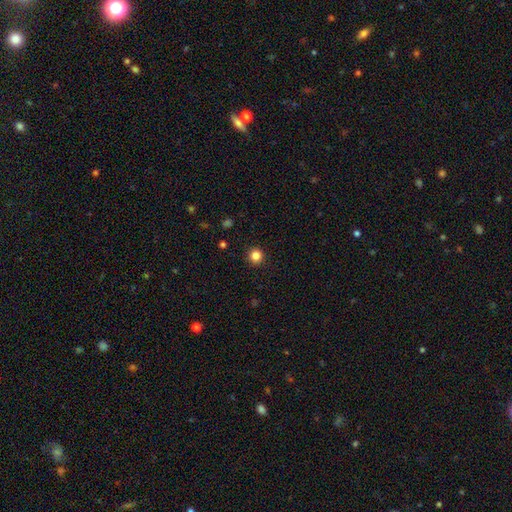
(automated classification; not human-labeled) Q: Smooth or featured?
A: smooth (84%); runner-up: star or artifact (12%)
Q: How rounded?
A: round (95%); runner-up: in between (5%)
Q: Merging?
A: none (92%); runner-up: minor disturbance (5%)